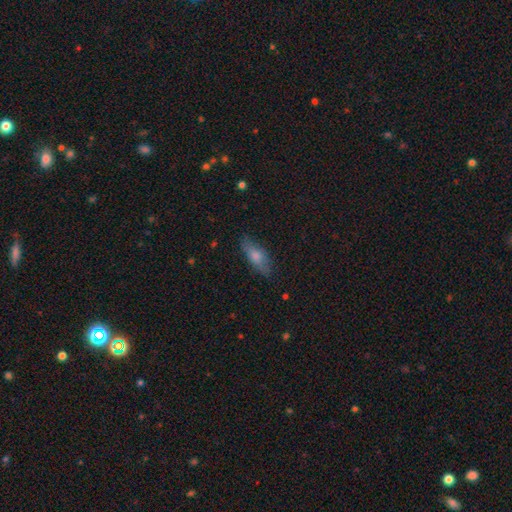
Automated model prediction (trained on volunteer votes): The model was most divided on "how rounded": in between: 60%, cigar-shaped: 36%, round: 3%. More confident: merging — none (82%); smooth or featured — smooth (60%).